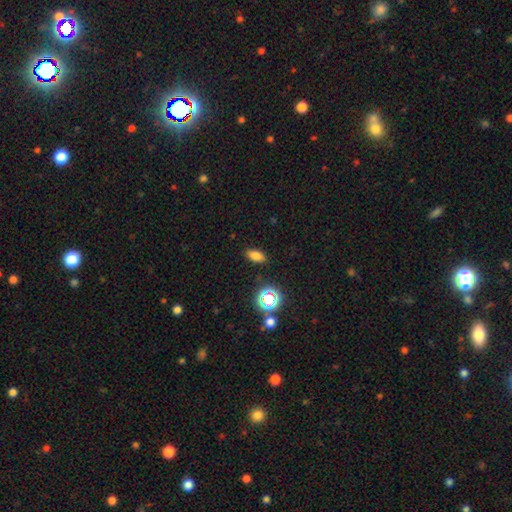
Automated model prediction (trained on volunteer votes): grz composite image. It shows a smooth galaxy with no disk features (76%) that is in between round and cigar-shaped (87%). Merging: none (87%).